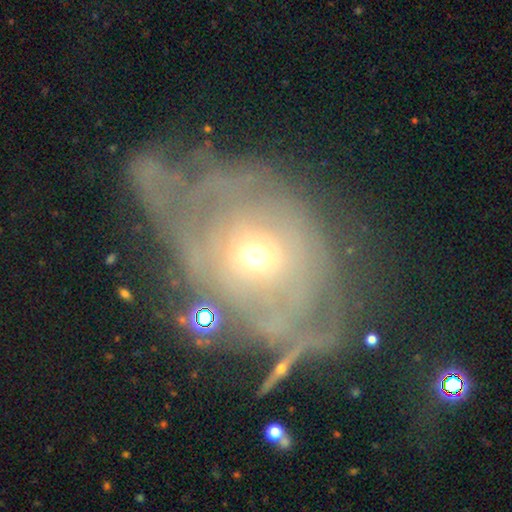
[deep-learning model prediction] smooth_or_featured: featured or disk (p=0.61) [alt: smooth p=0.26]
disk_edge_on: no (p=0.94) [alt: yes p=0.06]
bar: no (p=0.72) [alt: weak p=0.20]
has_spiral_arms: yes (p=0.59) [alt: no p=0.41]
bulge_size: small (p=0.50) [alt: moderate p=0.41]
merging: major disturbance (p=0.38) [alt: none p=0.30]